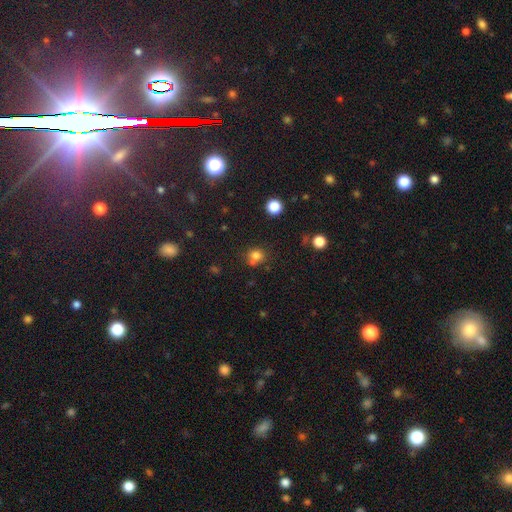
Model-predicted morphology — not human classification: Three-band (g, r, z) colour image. It shows a smooth galaxy with no disk features (77%) that is round (78%). Merging: none (60%).